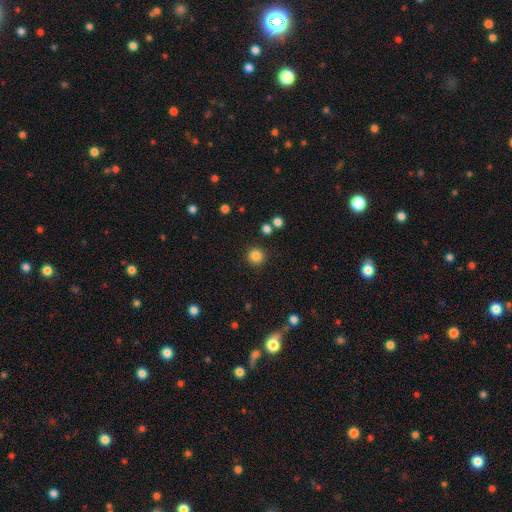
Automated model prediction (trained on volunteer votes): This is clearly a smooth galaxy (84%). How rounded: clearly round (95%). Merging: clearly none (89%).